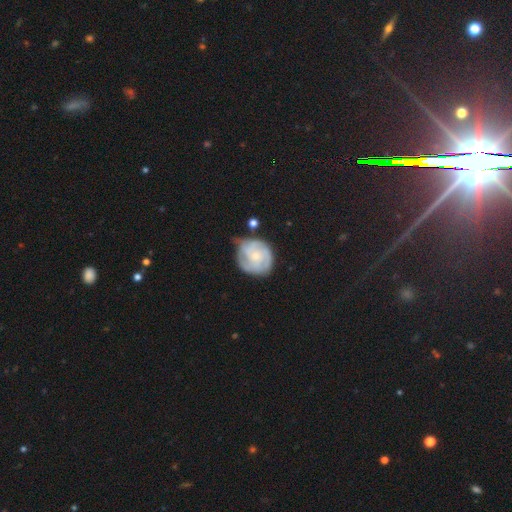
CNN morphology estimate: Smooth or featured? featured or disk (72%)
Edge-on disk? no (98%)
Bar? no (75%)
Spiral arms? yes (89%)
Spiral winding? tight (61%)
Spiral arm count? 3 (33%)
Bulge size? small (62%)
Merging? none (53%)